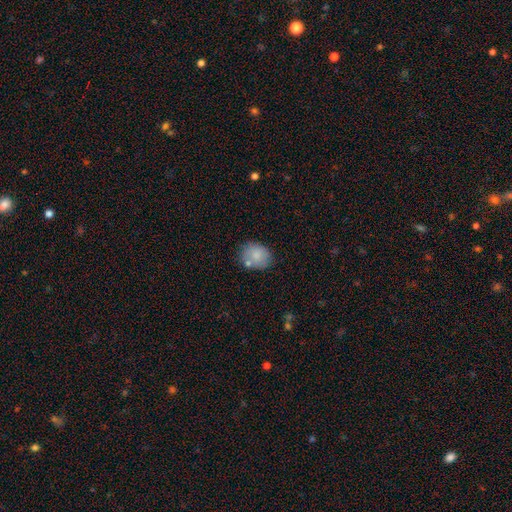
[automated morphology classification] Smooth or featured? Predicted: smooth (p=0.81). How rounded? Predicted: round (p=0.50). Merging? Predicted: none (p=0.68).